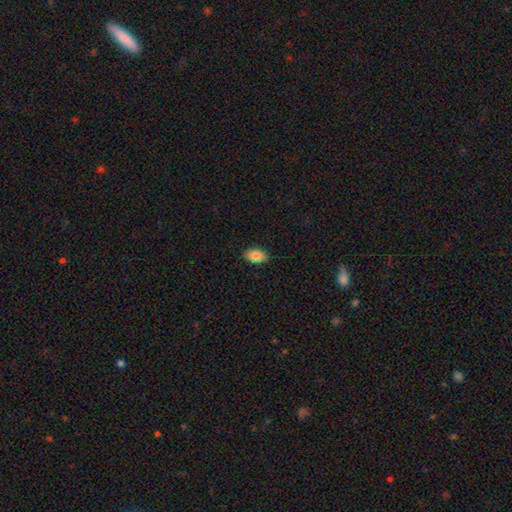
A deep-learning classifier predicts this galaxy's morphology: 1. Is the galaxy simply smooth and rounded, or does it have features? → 85% smooth, 8% featured or disk, 7% star or artifact.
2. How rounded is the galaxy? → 93% in between, 5% round, 2% cigar-shaped.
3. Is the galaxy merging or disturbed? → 87% none, 10% minor disturbance, 2% major disturbance, 1% merger.